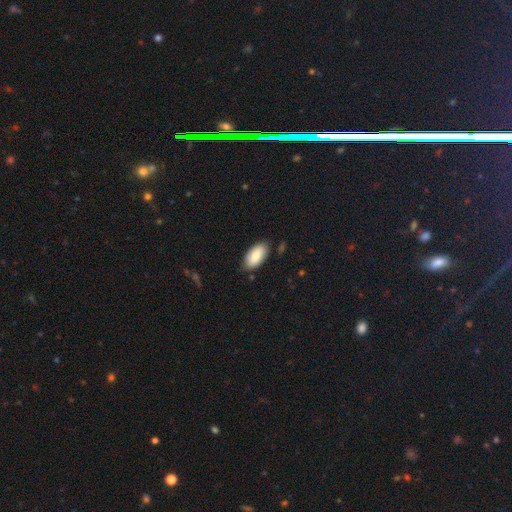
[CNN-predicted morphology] A smooth galaxy with no disk features (80%) that is in between round and cigar-shaped (94%).

Vote fractions:
- Smooth or featured? smooth: 80% / featured or disk: 14% / star or artifact: 6%
- How rounded? in between: 94% / cigar-shaped: 3% / round: 2%
- Merging? none: 82% / minor disturbance: 14% / major disturbance: 2% / merger: 2%